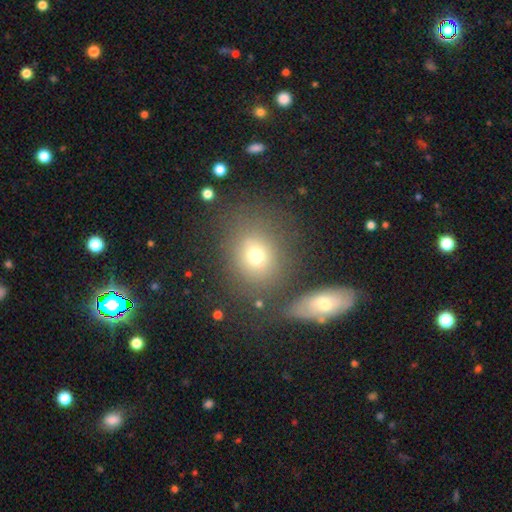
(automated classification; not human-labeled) Smooth or featured?
  - smooth: 69% *
  - featured or disk: 16%
  - star or artifact: 15%
How rounded?
  - round: 66% *
  - in between: 32%
  - cigar-shaped: 1%
Merging?
  - none: 65% *
  - merger: 14%
  - minor disturbance: 13%
  - major disturbance: 8%